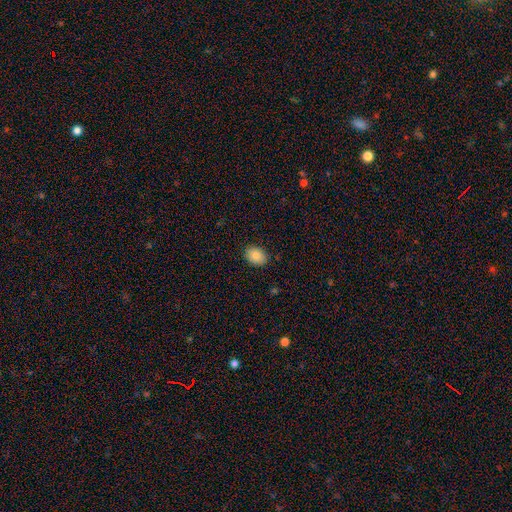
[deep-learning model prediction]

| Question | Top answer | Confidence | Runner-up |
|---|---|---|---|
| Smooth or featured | smooth | 86% | star or artifact (8%) |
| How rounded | in between | 67% | round (32%) |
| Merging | none | 88% | minor disturbance (9%) |